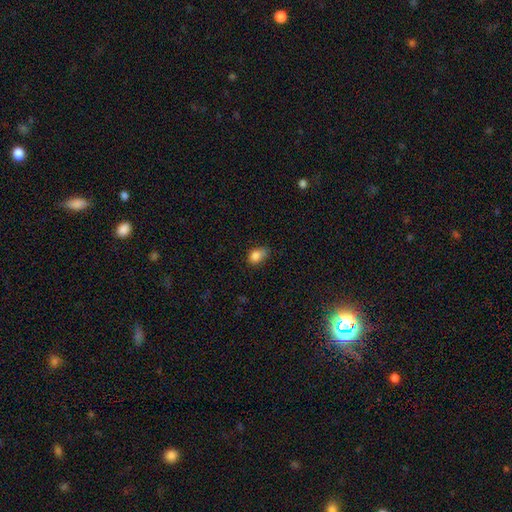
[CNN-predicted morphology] Smooth or featured? smooth (83%)
How rounded? in between (71%)
Merging? none (49%)